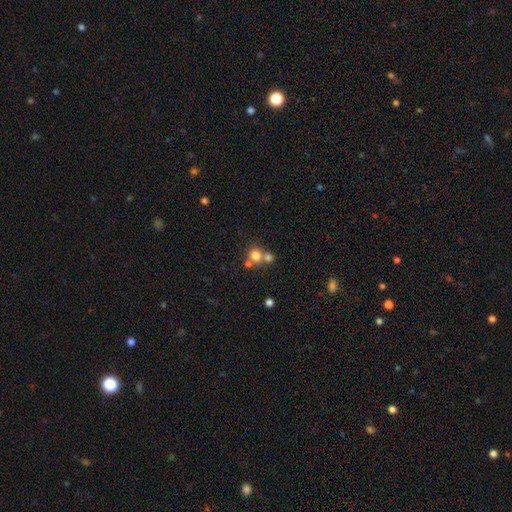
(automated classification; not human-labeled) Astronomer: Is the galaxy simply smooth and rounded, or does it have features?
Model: smooth — 75%.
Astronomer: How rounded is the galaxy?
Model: round — 88%.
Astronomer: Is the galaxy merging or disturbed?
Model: none — 50% (runner-up: merger, 40%).